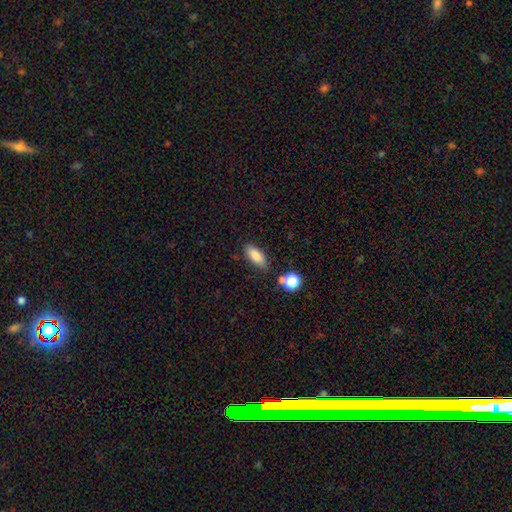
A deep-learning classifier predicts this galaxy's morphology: smooth 85%, star or artifact 8%, featured or disk 7%. Down the decision tree: how rounded — in between (79%); merging — none (78%).